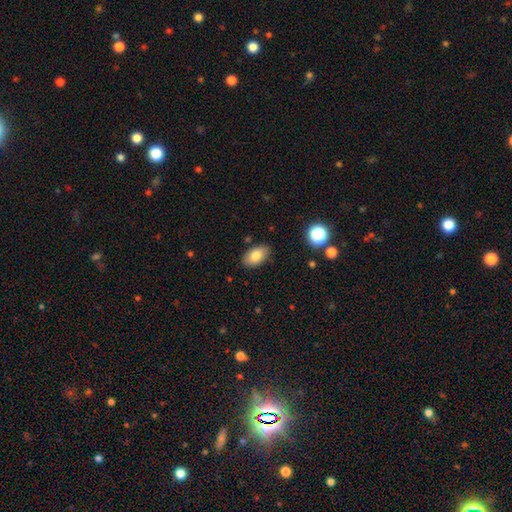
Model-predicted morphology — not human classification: A smooth galaxy with no disk features (81%) that is in between round and cigar-shaped (92%).

Vote fractions:
- Smooth or featured? smooth: 81% / featured or disk: 11% / star or artifact: 8%
- How rounded? in between: 92% / round: 6% / cigar-shaped: 2%
- Merging? none: 85% / minor disturbance: 10% / major disturbance: 2% / merger: 2%